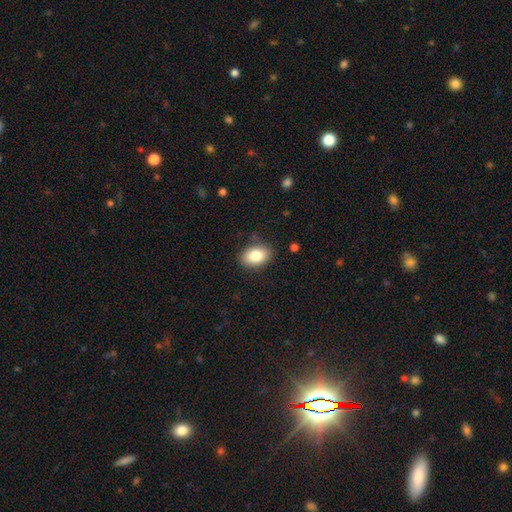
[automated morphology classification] Smooth or featured? Predicted: smooth (p=0.84). How rounded? Predicted: in between (p=0.85). Merging? Predicted: none (p=0.85).